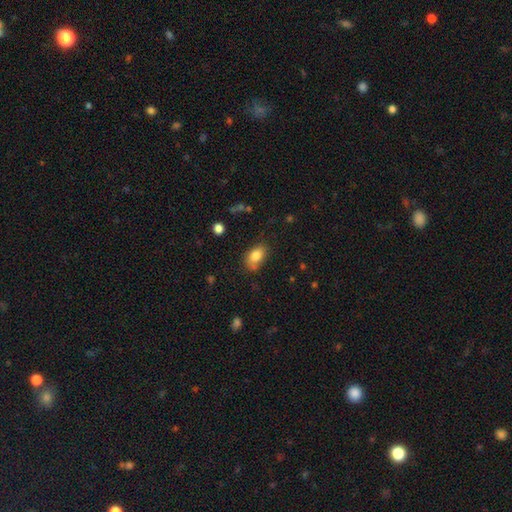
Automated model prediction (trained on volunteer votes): Q: Smooth or featured?
A: smooth (82%); runner-up: featured or disk (9%)
Q: How rounded?
A: in between (85%); runner-up: round (13%)
Q: Merging?
A: none (64%); runner-up: minor disturbance (24%)